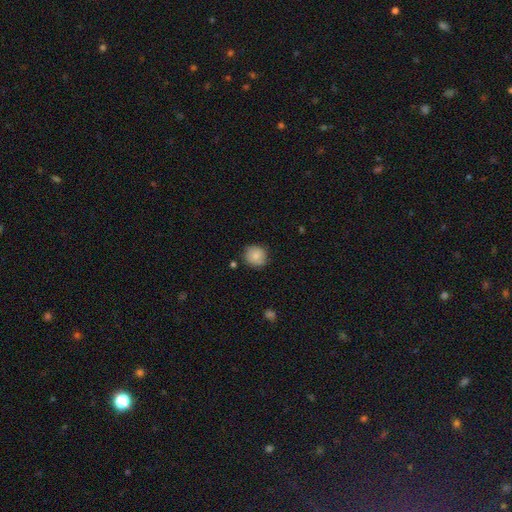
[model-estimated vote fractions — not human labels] This is clearly a smooth galaxy (82%). How rounded: clearly round (86%). Merging: clearly none (81%).